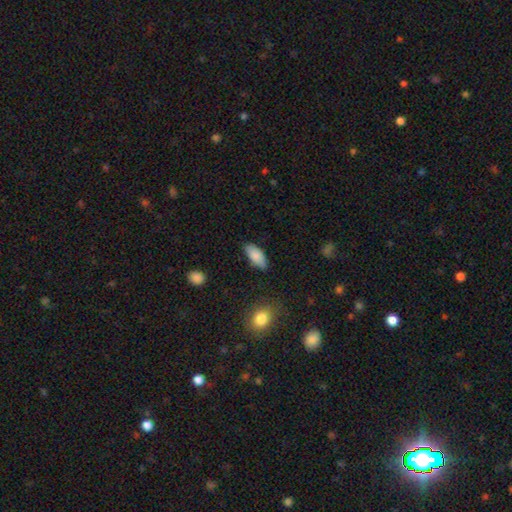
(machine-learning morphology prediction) smooth 85%, featured or disk 9%, star or artifact 7%. Down the decision tree: how rounded — in between (86%); merging — none (79%).